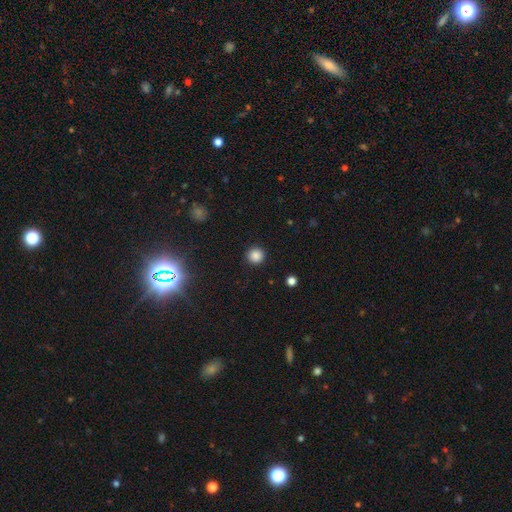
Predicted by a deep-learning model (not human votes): A smooth galaxy with no disk features (85%) that is round (94%).

Vote fractions:
- Smooth or featured? smooth: 85% / star or artifact: 12% / featured or disk: 3%
- How rounded? round: 94% / in between: 5% / cigar-shaped: 1%
- Merging? none: 91% / minor disturbance: 6% / major disturbance: 2% / merger: 1%